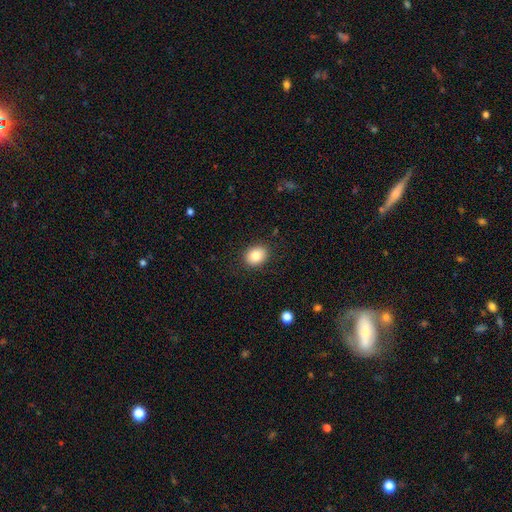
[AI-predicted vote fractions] Q: Smooth or featured?
A: smooth (84%); runner-up: star or artifact (9%)
Q: How rounded?
A: in between (53%); runner-up: round (46%)
Q: Merging?
A: none (89%); runner-up: minor disturbance (8%)